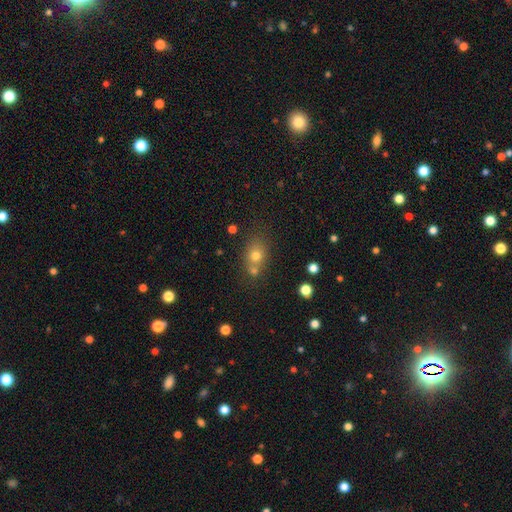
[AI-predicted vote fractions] smooth 71%, star or artifact 15%, featured or disk 14%. Down the decision tree: how rounded — round (57%); merging — none (52%).